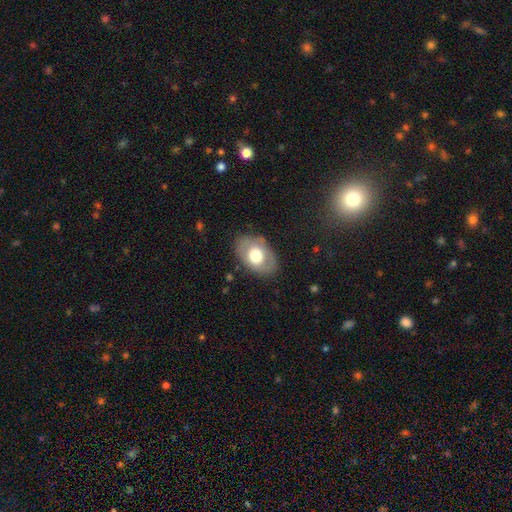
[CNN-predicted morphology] Smooth or featured?
  - smooth: 55% *
  - featured or disk: 39%
  - star or artifact: 6%
How rounded?
  - in between: 85% *
  - round: 14%
  - cigar-shaped: 1%
Merging?
  - none: 79% *
  - minor disturbance: 15%
  - major disturbance: 5%
  - merger: 1%